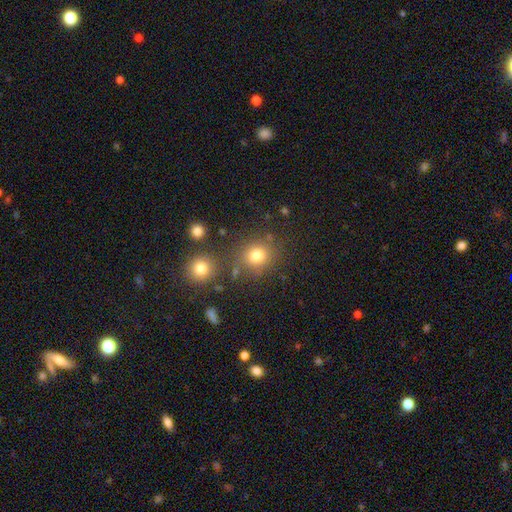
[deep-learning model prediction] smooth 78%, star or artifact 16%, featured or disk 7%. Down the decision tree: how rounded — round (85%); merging — none (76%).